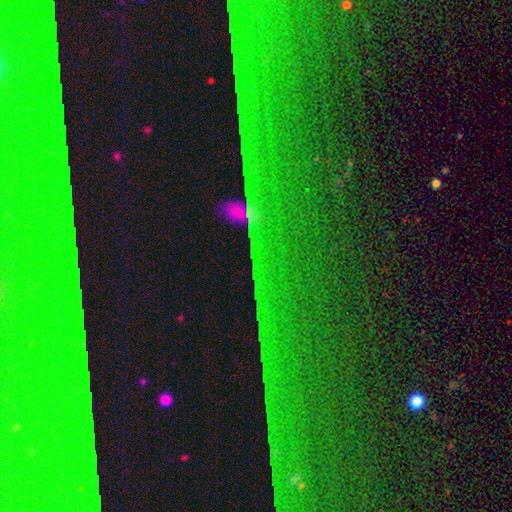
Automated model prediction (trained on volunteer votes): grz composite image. It shows a star or artifact, not a galaxy (76%).